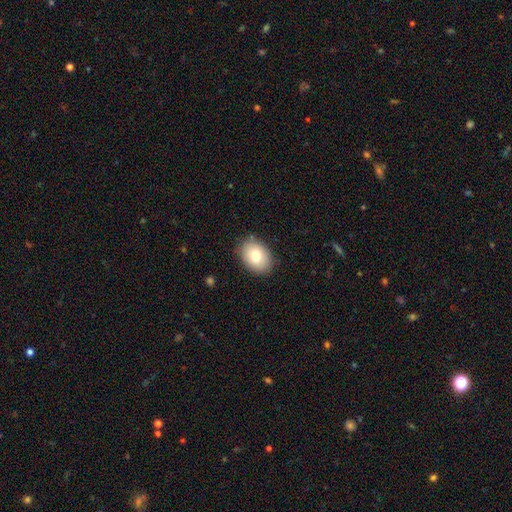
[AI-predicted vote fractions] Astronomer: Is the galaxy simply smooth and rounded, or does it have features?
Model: smooth — 80%.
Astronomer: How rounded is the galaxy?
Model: in between — 78%.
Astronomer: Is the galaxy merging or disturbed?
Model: none — 86%.